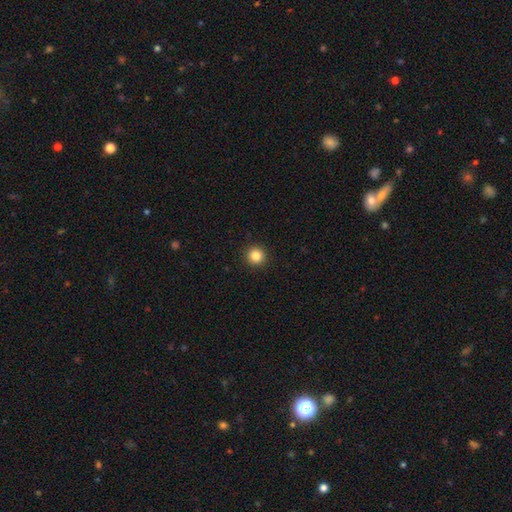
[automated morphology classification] The model was most divided on "smooth or featured": smooth: 85%, star or artifact: 11%, featured or disk: 4%. More confident: how rounded — round (95%); merging — none (93%).